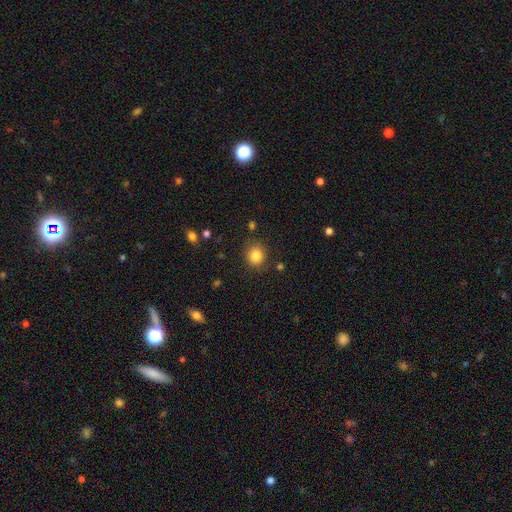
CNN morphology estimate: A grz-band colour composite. It shows a smooth galaxy with no disk features (84%) that is round (82%). Merging: none (84%).